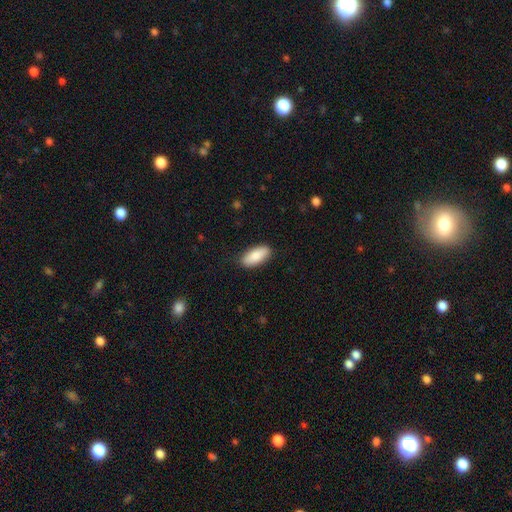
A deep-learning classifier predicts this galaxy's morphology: Overall: smooth (85%). How rounded: in between (85%). Merging: none (88%).